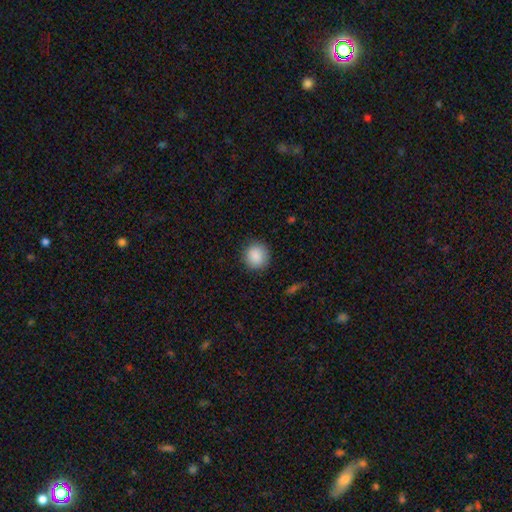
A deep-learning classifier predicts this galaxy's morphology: smooth 89%, star or artifact 8%, featured or disk 3%. Down the decision tree: how rounded — round (89%); merging — none (88%).